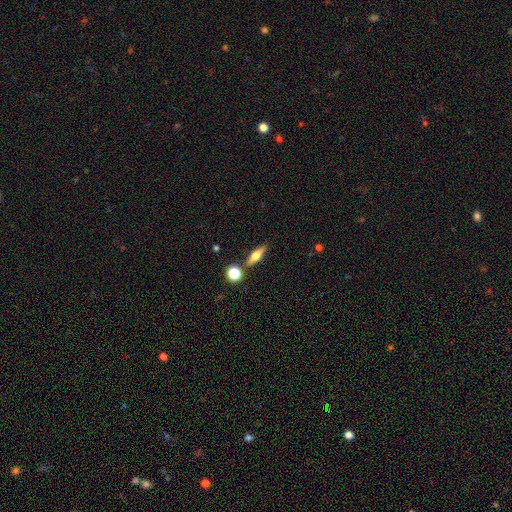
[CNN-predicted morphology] This appears to be a smooth galaxy with no disk features (47%). Merging: none (82%).